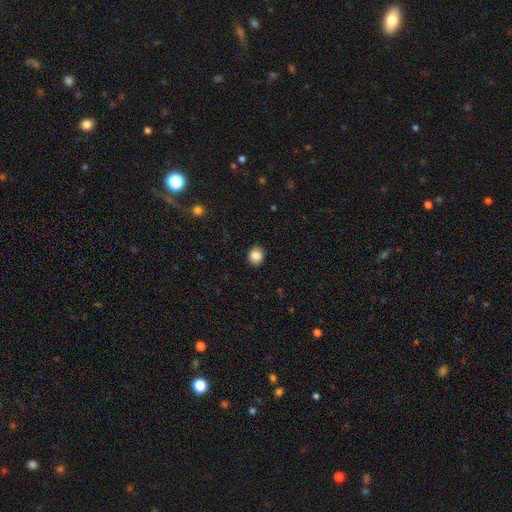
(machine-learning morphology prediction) Smooth or featured? smooth (87%)
How rounded? round (75%)
Merging? none (90%)